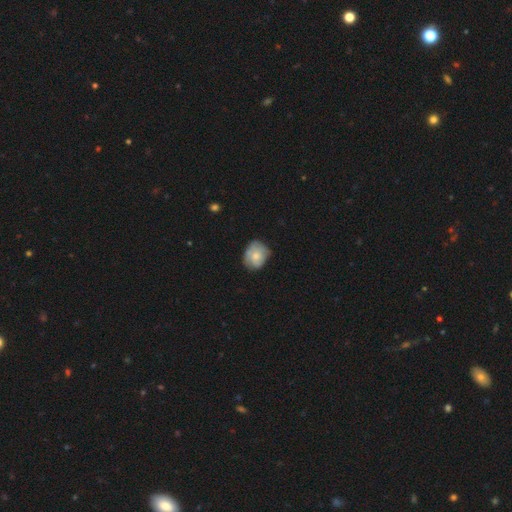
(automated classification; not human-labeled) This is possibly a smooth galaxy (60%). How rounded: likely round (61%). Merging: likely none (63%).